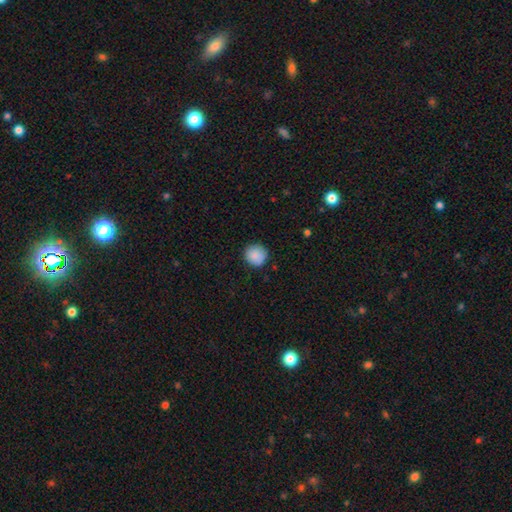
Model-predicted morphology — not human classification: A smooth galaxy with no disk features (89%) that is round (94%). Merging: none (89%).